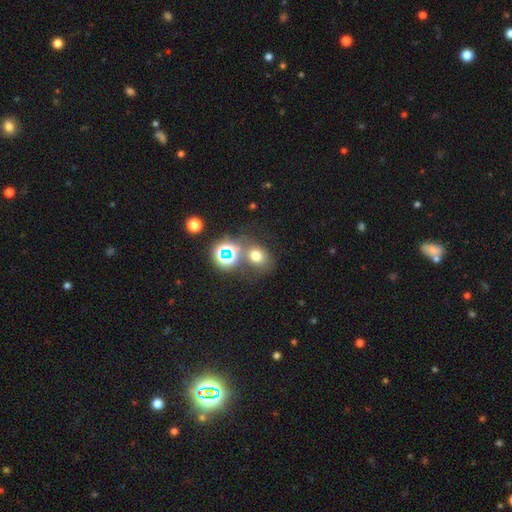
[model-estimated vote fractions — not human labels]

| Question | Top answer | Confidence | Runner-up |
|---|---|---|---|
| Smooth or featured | smooth | 63% | star or artifact (26%) |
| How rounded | round | 56% | in between (43%) |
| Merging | none | 60% | merger (21%) |